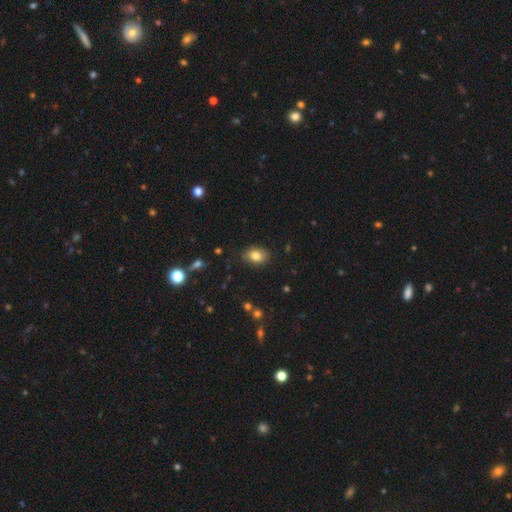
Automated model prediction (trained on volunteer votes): smooth-or-featured: smooth: 81% | star or artifact: 10% | featured or disk: 9%
  how-rounded: in between: 78% | round: 20% | cigar-shaped: 1%
  merging: none: 82% | minor disturbance: 14% | major disturbance: 3% | merger: 1%